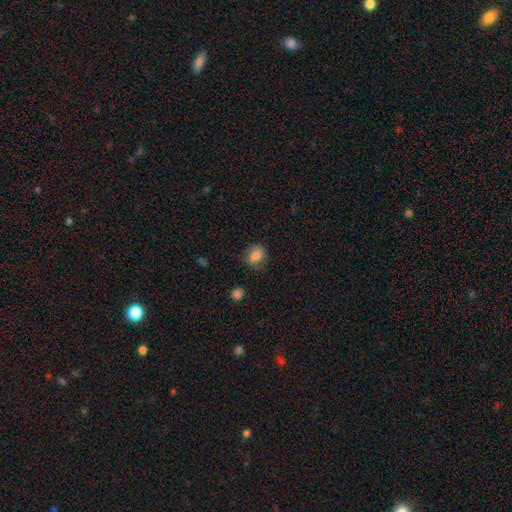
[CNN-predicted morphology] A smooth galaxy with no disk features (74%) that is in between round and cigar-shaped (51%). Merging: none (63%).